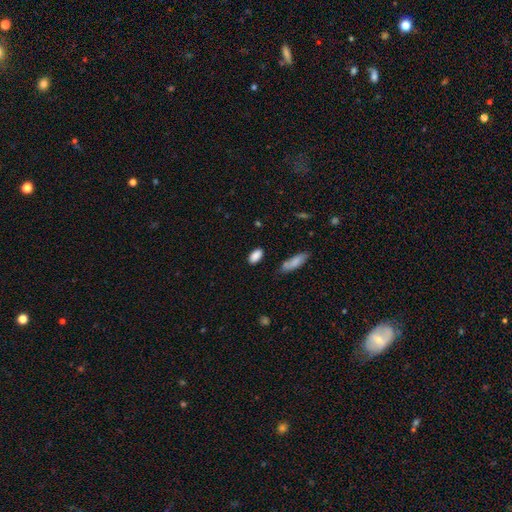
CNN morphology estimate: smooth 88%, star or artifact 8%, featured or disk 5%. Down the decision tree: how rounded — in between (90%); merging — none (82%).